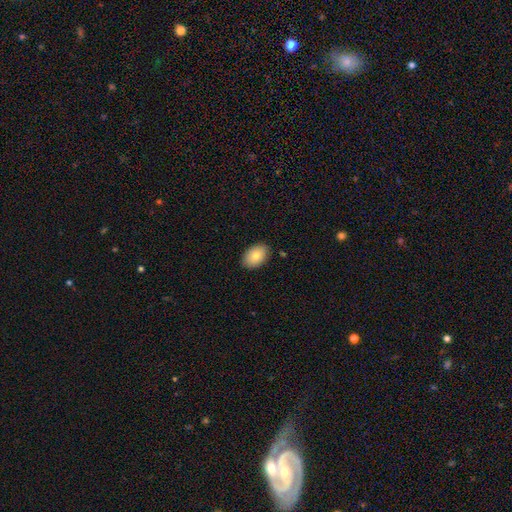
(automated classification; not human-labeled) Overall: smooth (82%). How rounded: in between (89%). Merging: none (88%).